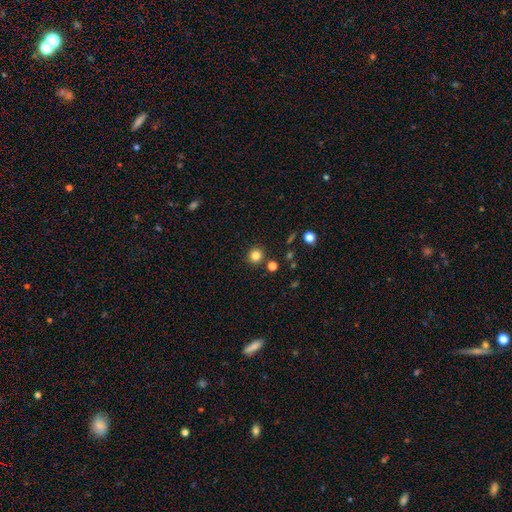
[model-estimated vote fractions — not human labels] Q: Smooth or featured?
A: smooth (83%); runner-up: star or artifact (12%)
Q: How rounded?
A: round (92%); runner-up: in between (7%)
Q: Merging?
A: none (87%); runner-up: minor disturbance (6%)